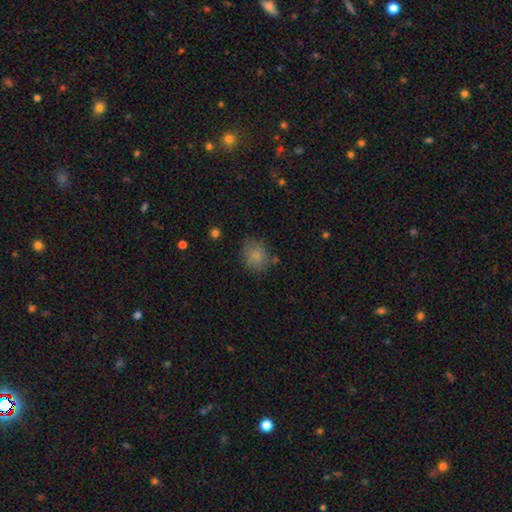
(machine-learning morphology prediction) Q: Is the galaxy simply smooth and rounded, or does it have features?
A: smooth — 80%.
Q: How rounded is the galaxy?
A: round — 61%.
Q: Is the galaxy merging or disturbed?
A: none — 71%.